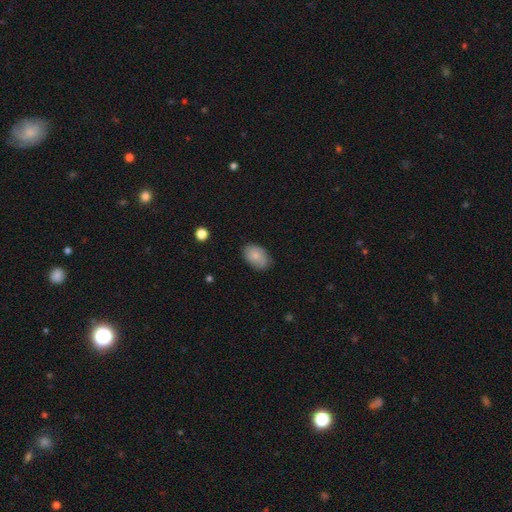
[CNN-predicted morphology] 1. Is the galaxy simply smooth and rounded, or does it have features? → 82% smooth, 11% featured or disk, 7% star or artifact.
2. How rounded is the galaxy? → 88% in between, 10% round, 1% cigar-shaped.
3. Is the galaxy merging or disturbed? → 79% none, 16% minor disturbance, 3% major disturbance, 1% merger.